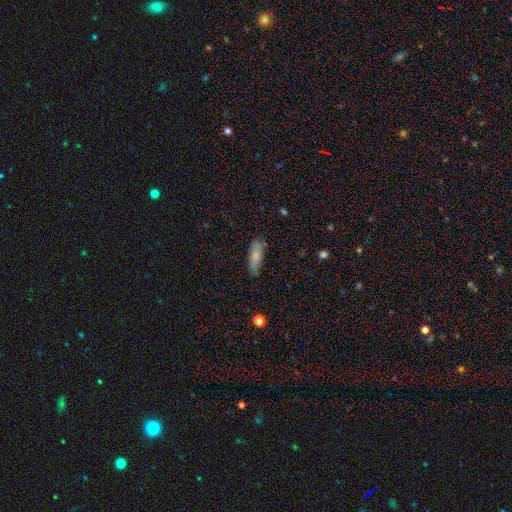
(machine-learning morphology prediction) smooth-or-featured: smooth: 74% | featured or disk: 20% | star or artifact: 7%
  how-rounded: in between: 59% | cigar-shaped: 38% | round: 2%
  merging: none: 75% | minor disturbance: 19% | major disturbance: 3% | merger: 2%